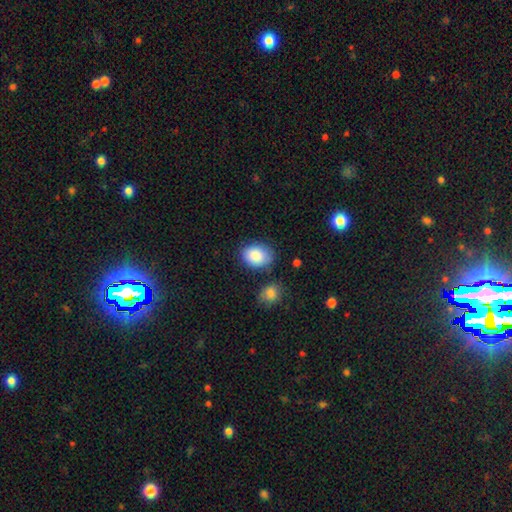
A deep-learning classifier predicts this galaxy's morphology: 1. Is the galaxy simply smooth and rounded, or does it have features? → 87% smooth, 7% star or artifact, 6% featured or disk.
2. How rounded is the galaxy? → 71% in between, 28% round, 1% cigar-shaped.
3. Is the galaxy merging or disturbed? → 74% none, 17% minor disturbance, 6% merger, 4% major disturbance.